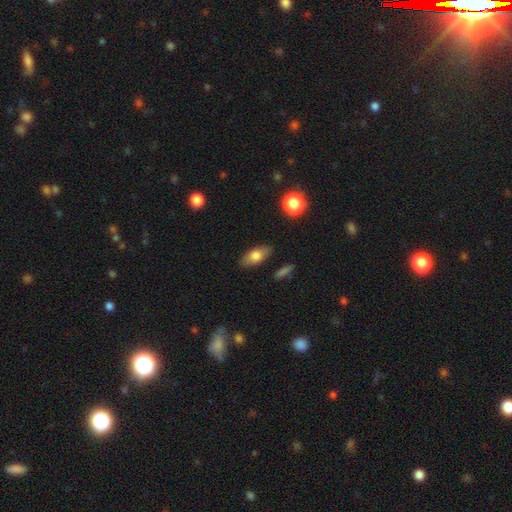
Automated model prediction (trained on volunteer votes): Morphology: type=smooth (73%); roundness=in between (84%); merging=none (85%).